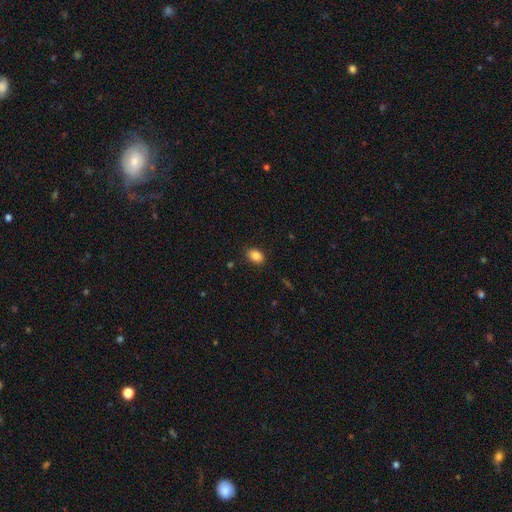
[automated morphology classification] This appears to be a smooth galaxy with no disk features (87%) that is in between round and cigar-shaped (84%). Merging: none (88%).